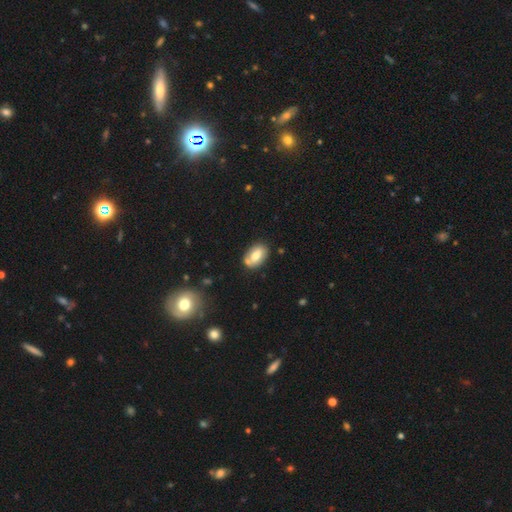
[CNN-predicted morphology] Smooth or featured?
  - smooth: 69% *
  - featured or disk: 23%
  - star or artifact: 8%
How rounded?
  - in between: 90% *
  - round: 9%
  - cigar-shaped: 2%
Merging?
  - none: 67% *
  - minor disturbance: 18%
  - merger: 11%
  - major disturbance: 4%